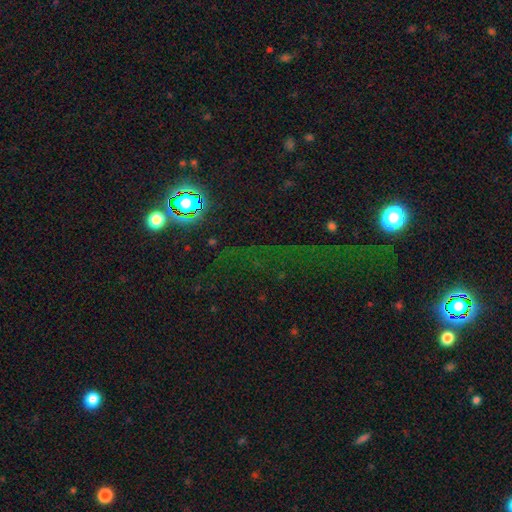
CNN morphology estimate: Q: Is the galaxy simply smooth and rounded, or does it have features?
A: star or artifact — 77%.